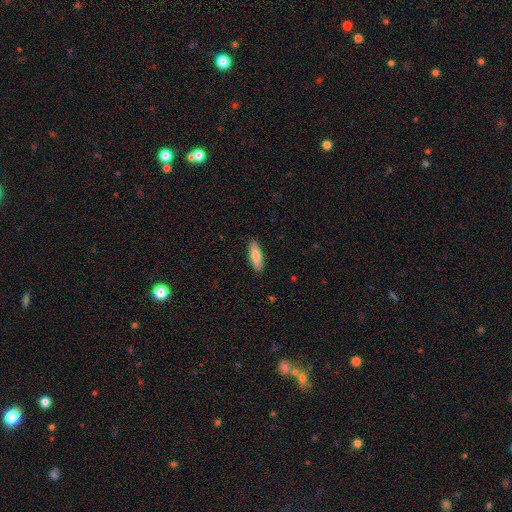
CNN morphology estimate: This appears to be a smooth galaxy with no disk features (81%) that is in between round and cigar-shaped (51%). Merging: none (89%).